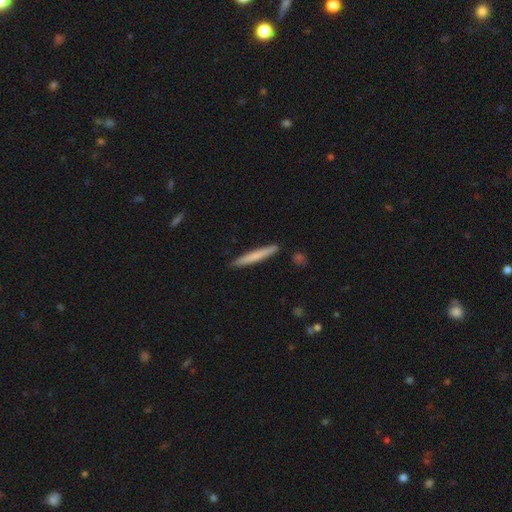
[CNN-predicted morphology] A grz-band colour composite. It shows a smooth galaxy with no disk features (70%) that is cigar-shaped (96%). Merging: none (90%).